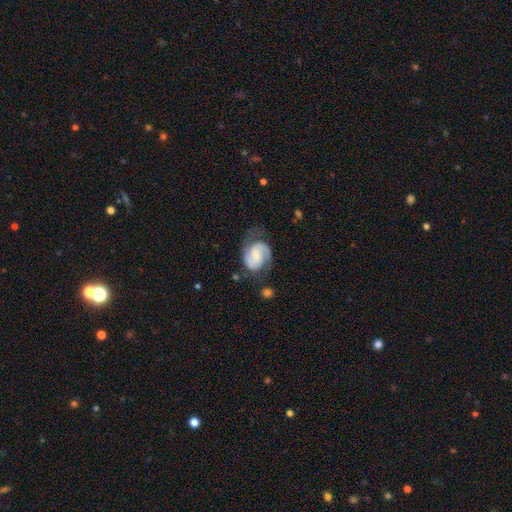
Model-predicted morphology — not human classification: The model was most divided on "bar": weak: 47%, no: 37%, strong: 16%. Remaining: edge-on disk — no (98%); spiral arms — yes (95%); spiral arm count — 2 (85%); smooth or featured — featured or disk (79%); merging — none (58%); bulge size — small (54%); spiral winding — medium (49%).